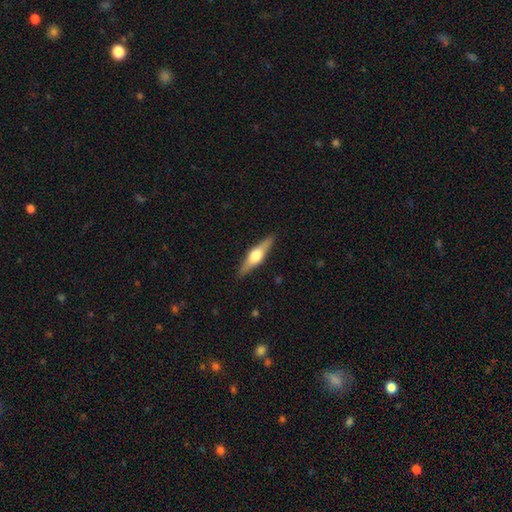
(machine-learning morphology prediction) The model was most divided on "smooth or featured": featured or disk: 68%, smooth: 27%, star or artifact: 5%. More confident: edge-on disk — yes (97%); edge-on bulge — rounded (94%); merging — none (90%).